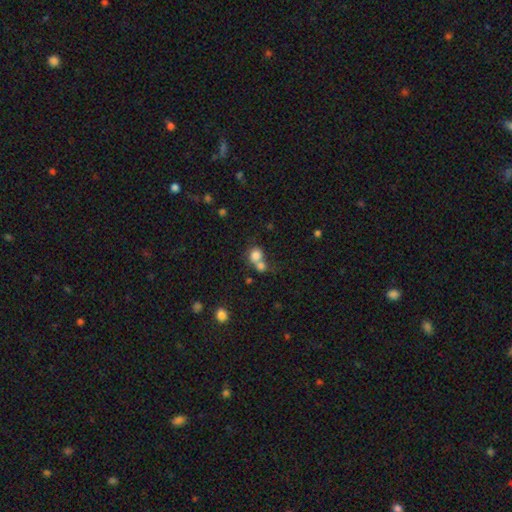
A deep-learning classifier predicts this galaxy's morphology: A smooth galaxy with no disk features (80%) that is round (78%). Merging: merger (52%).